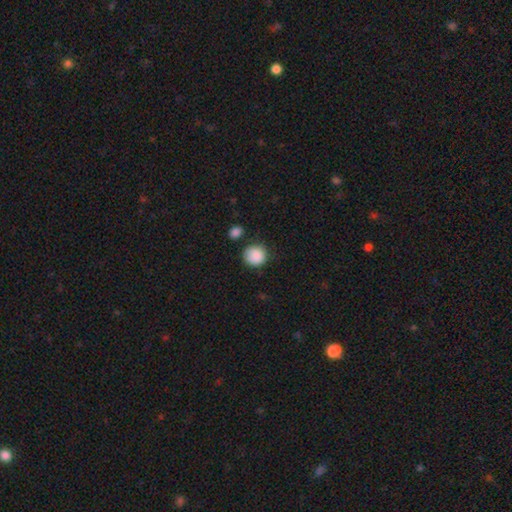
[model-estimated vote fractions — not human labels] Overall: smooth (88%). How rounded: round (91%). Merging: none (78%).